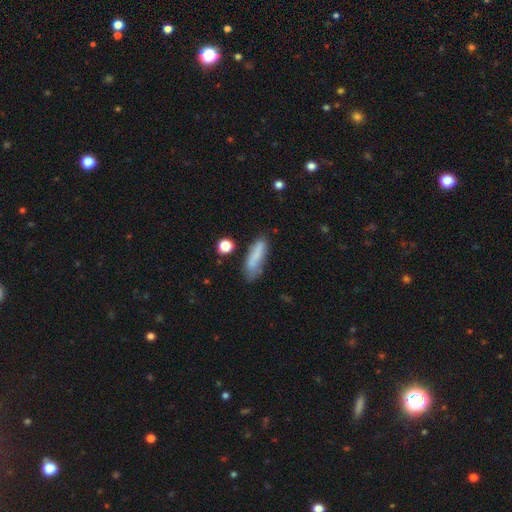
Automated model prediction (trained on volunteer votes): Smooth or featured? smooth (77%)
How rounded? cigar-shaped (57%)
Merging? none (60%)